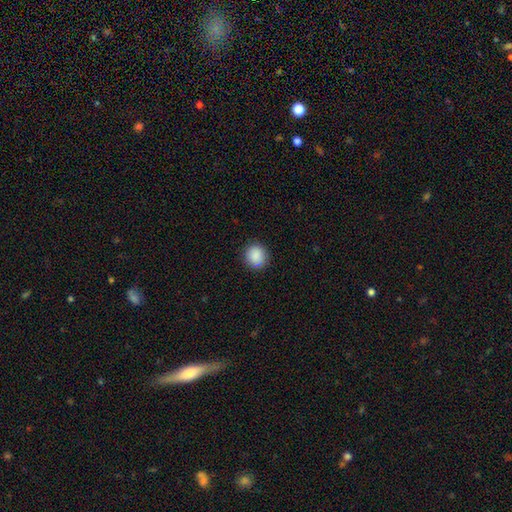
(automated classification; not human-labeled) Q: Smooth or featured?
A: smooth (89%); runner-up: star or artifact (8%)
Q: How rounded?
A: round (88%); runner-up: in between (12%)
Q: Merging?
A: none (90%); runner-up: minor disturbance (7%)